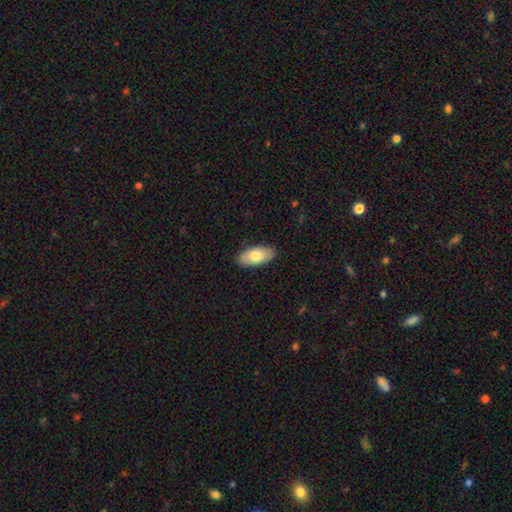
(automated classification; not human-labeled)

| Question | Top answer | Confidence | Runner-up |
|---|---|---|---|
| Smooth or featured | smooth | 75% | featured or disk (20%) |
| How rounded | in between | 92% | cigar-shaped (5%) |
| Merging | none | 87% | minor disturbance (10%) |